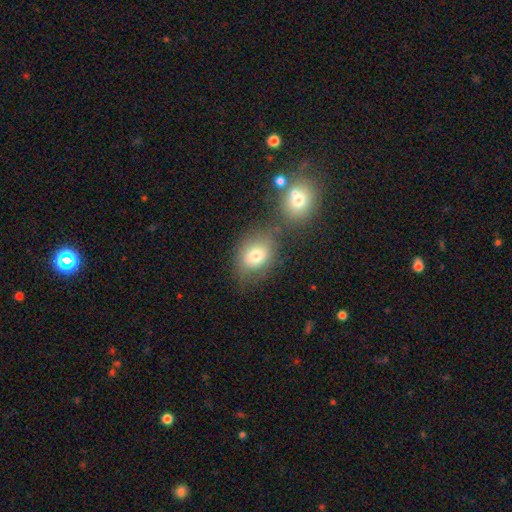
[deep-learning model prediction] Smooth or featured? smooth (74%)
How rounded? in between (55%)
Merging? none (54%)